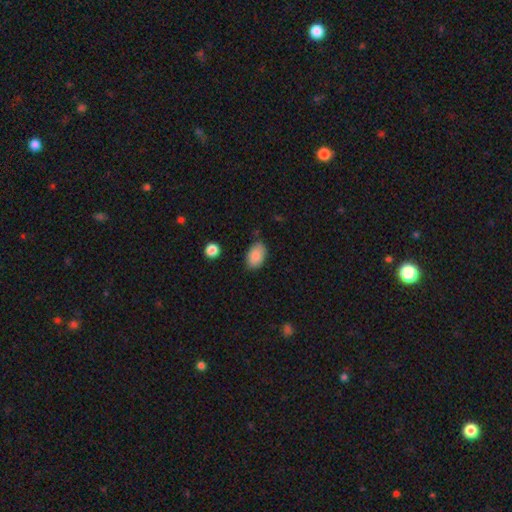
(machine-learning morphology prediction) Overall: smooth (88%). How rounded: in between (90%). Merging: none (77%).